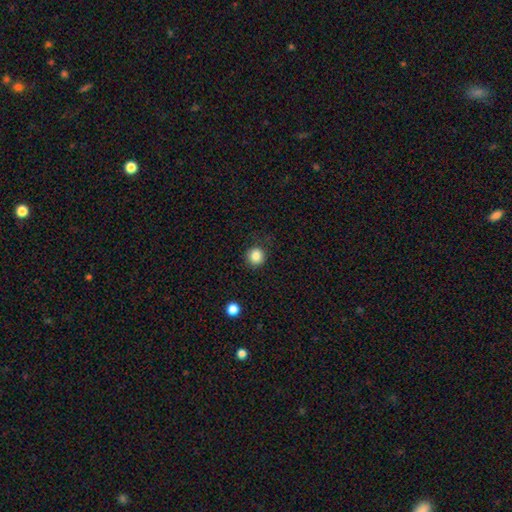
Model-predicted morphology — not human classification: This is clearly a smooth galaxy (85%). How rounded: clearly round (93%). Merging: clearly none (84%).